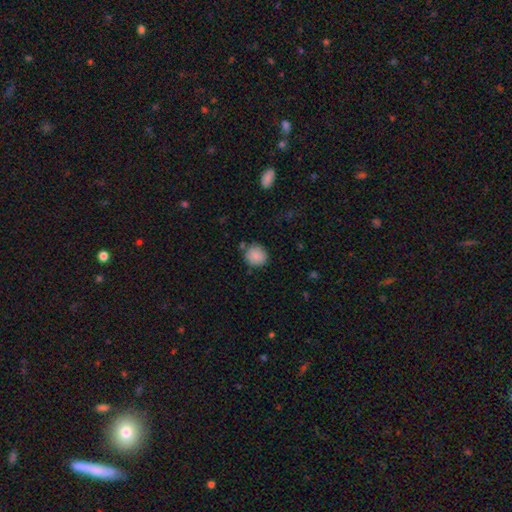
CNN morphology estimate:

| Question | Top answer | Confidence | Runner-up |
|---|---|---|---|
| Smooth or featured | smooth | 87% | star or artifact (8%) |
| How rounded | round | 87% | in between (12%) |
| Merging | none | 82% | minor disturbance (11%) |